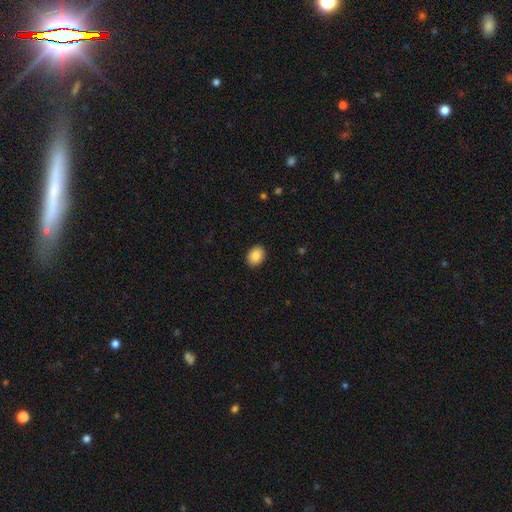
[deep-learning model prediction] This appears to be a smooth galaxy with no disk features (87%) that is in between round and cigar-shaped (69%). Merging: none (90%).